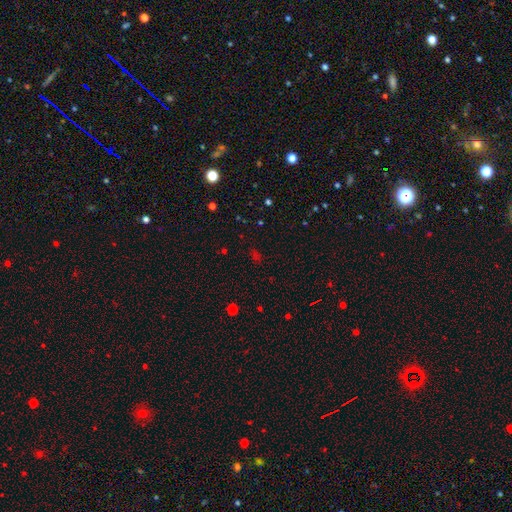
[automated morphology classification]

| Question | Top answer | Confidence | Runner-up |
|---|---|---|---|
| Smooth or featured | star or artifact | 47% | smooth (46%) |